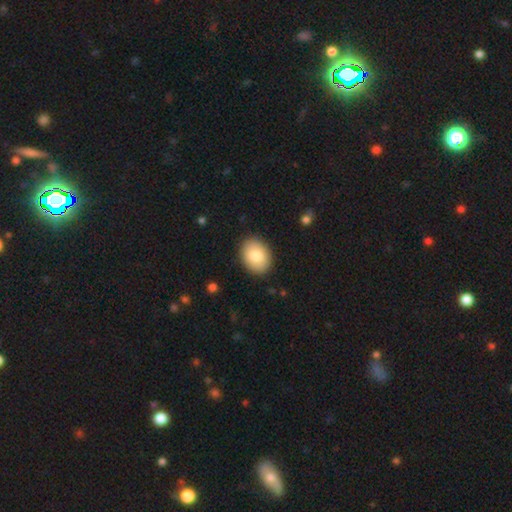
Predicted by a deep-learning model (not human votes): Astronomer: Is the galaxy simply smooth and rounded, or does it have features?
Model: smooth — 84%.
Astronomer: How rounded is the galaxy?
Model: in between — 74%.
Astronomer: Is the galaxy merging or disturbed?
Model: none — 89%.